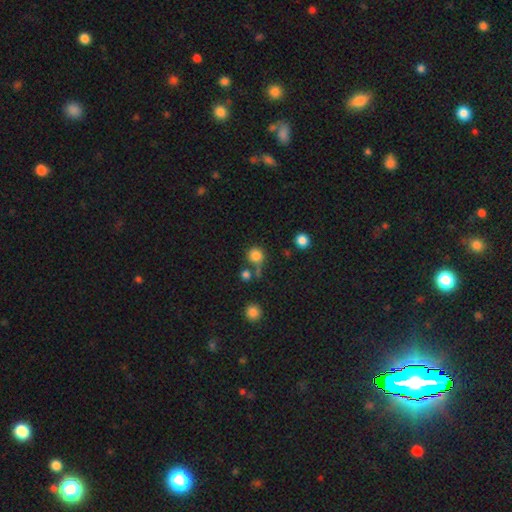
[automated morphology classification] Smooth or featured: smooth — 82% (star or artifact — 12%)
How rounded: round — 89% (in between — 10%)
Merging: none — 59% (merger — 20%)